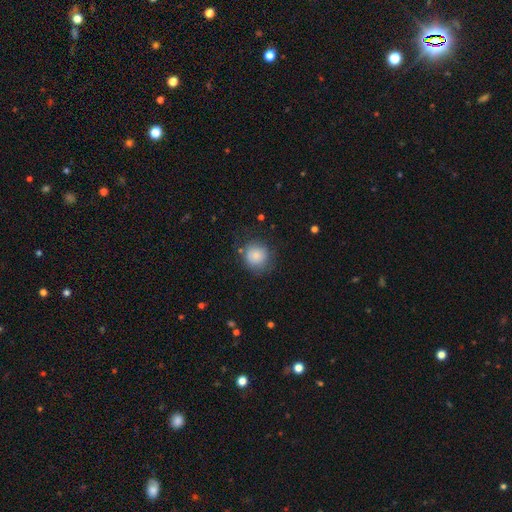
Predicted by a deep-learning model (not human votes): smooth_or_featured: smooth (p=0.82) [alt: star or artifact p=0.09]
how_rounded: round (p=0.90) [alt: in between p=0.09]
merging: none (p=0.75) [alt: minor disturbance p=0.16]